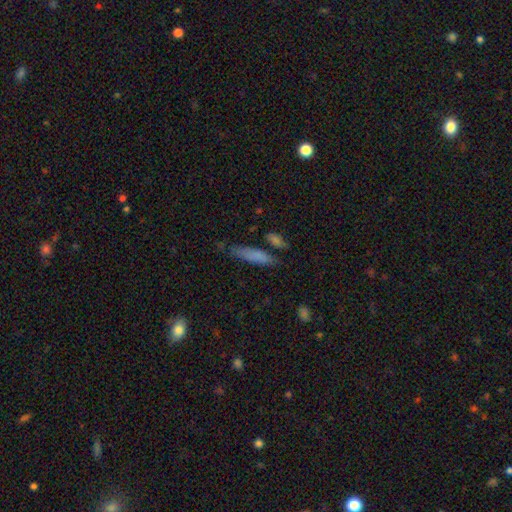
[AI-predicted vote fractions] This appears to be a smooth galaxy with no disk features (75%) that is cigar-shaped (78%). Merging: none (70%).